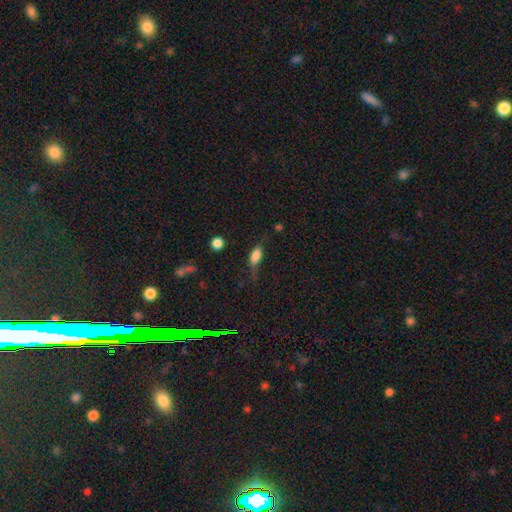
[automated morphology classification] A smooth galaxy with no disk features (74%) that is in between round and cigar-shaped (82%). Merging: none (45%).